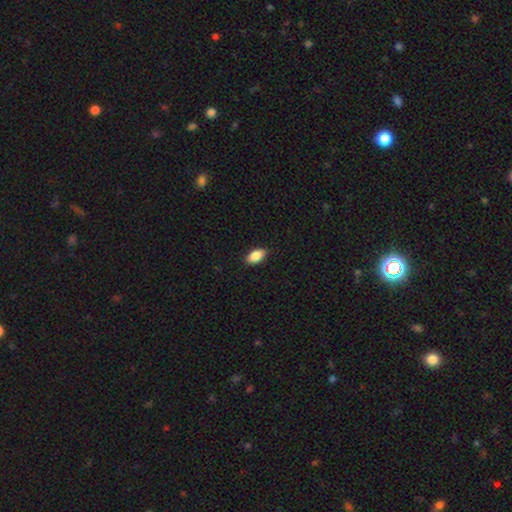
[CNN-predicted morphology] This appears to be a smooth galaxy with no disk features (87%) that is in between round and cigar-shaped (91%). Merging: none (88%).